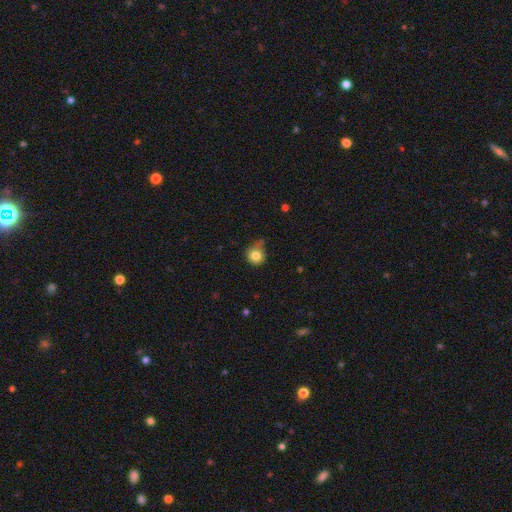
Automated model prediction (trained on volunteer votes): smooth 81%, star or artifact 11%, featured or disk 9%. Down the decision tree: how rounded — round (88%); merging — none (56%).